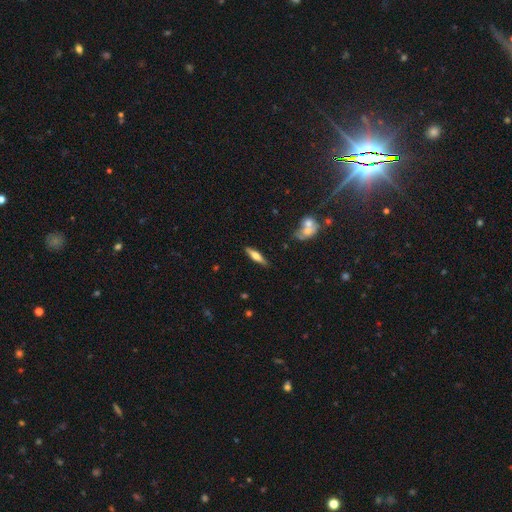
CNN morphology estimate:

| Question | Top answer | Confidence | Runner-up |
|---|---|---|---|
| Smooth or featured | smooth | 50% | featured or disk (44%) |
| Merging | none | 85% | minor disturbance (10%) |